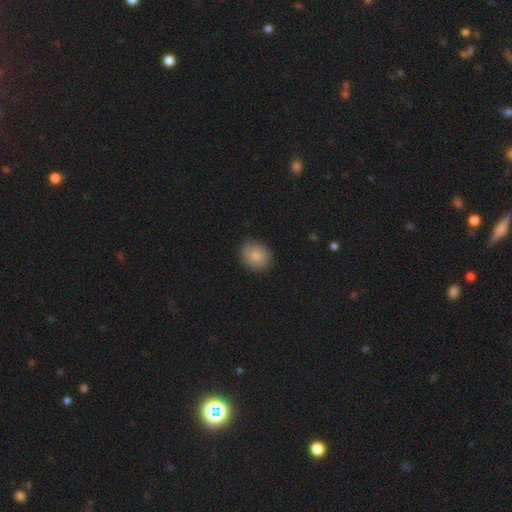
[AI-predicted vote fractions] smooth_or_featured: smooth (p=0.79) [alt: featured or disk p=0.14]
how_rounded: round (p=0.69) [alt: in between p=0.30]
merging: none (p=0.81) [alt: minor disturbance p=0.15]